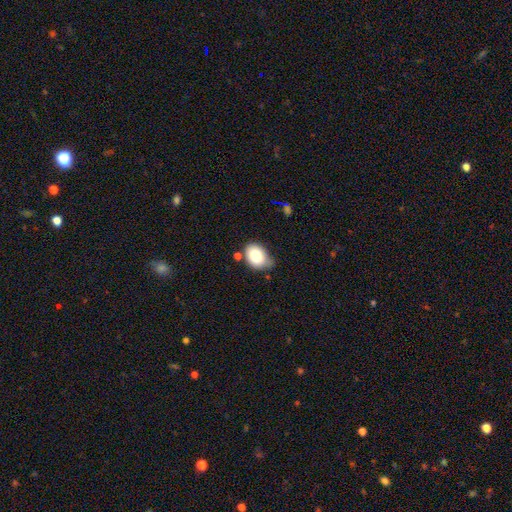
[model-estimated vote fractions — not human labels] A smooth galaxy with no disk features (82%) that is in between round and cigar-shaped (74%). Merging: none (53%).